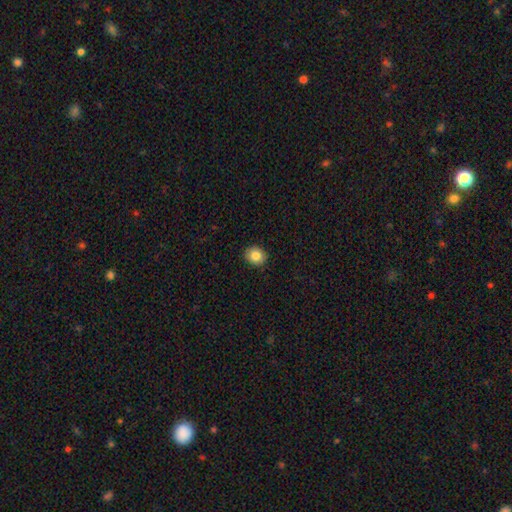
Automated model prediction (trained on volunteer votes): Q: Smooth or featured?
A: smooth (84%); runner-up: star or artifact (9%)
Q: How rounded?
A: round (74%); runner-up: in between (25%)
Q: Merging?
A: none (91%); runner-up: minor disturbance (7%)